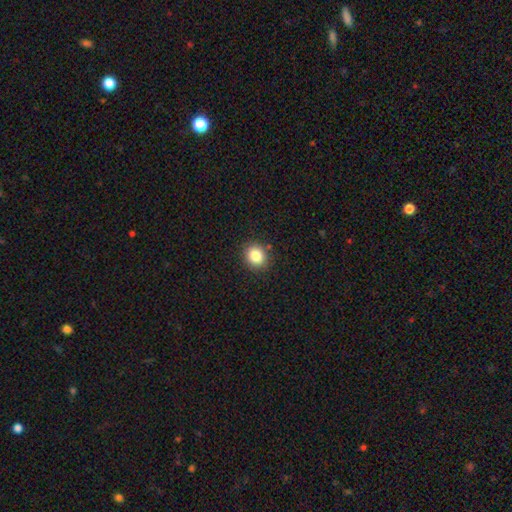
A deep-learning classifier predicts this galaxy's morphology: The model was most divided on "how rounded": round: 72%, in between: 27%, cigar-shaped: 1%. More confident: merging — none (88%); smooth or featured — smooth (84%).